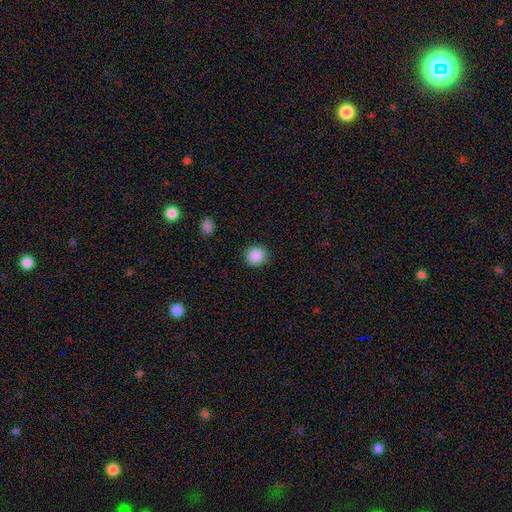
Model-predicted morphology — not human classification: Smooth or featured? Predicted: smooth (p=0.88). How rounded? Predicted: round (p=0.91). Merging? Predicted: none (p=0.90).